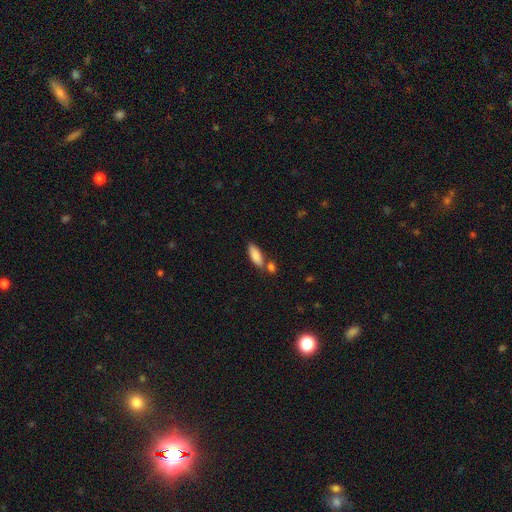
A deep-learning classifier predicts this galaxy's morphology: type=smooth (85%); roundness=in between (71%); merging=none (62%).